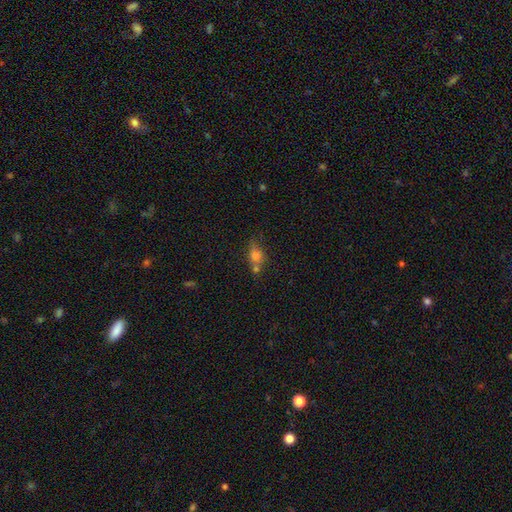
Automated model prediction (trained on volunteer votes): smooth 68%, featured or disk 19%, star or artifact 13%. Down the decision tree: how rounded — in between (51%); merging — none (46%).